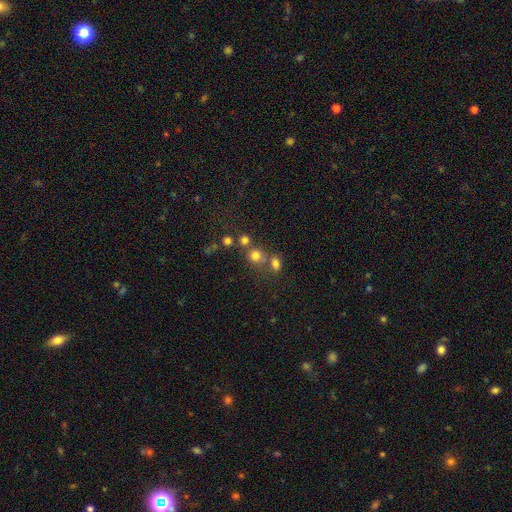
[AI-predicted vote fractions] The model was most divided on "merging": none: 56%, merger: 30%, minor disturbance: 9%, major disturbance: 5%. More confident: how rounded — round (81%); smooth or featured — smooth (73%).